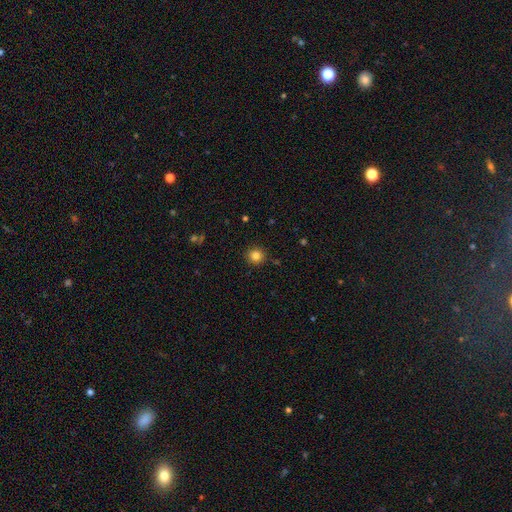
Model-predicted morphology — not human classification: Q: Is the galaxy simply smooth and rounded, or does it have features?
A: smooth — 83%.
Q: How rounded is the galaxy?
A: round — 94%.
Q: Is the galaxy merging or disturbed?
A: none — 91%.